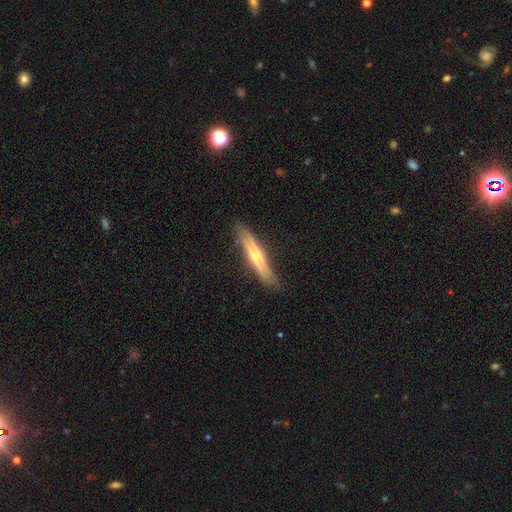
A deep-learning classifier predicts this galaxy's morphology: Smooth or featured? Predicted: smooth (p=0.49). Merging? Predicted: none (p=0.81).